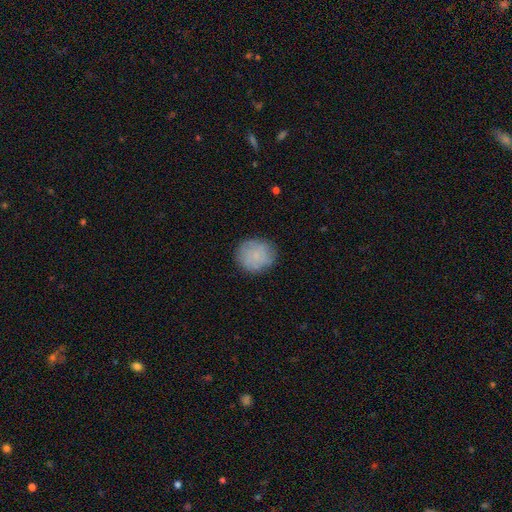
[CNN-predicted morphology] Smooth or featured: smooth — 72% (featured or disk — 20%)
How rounded: round — 80% (in between — 19%)
Merging: none — 83% (minor disturbance — 13%)